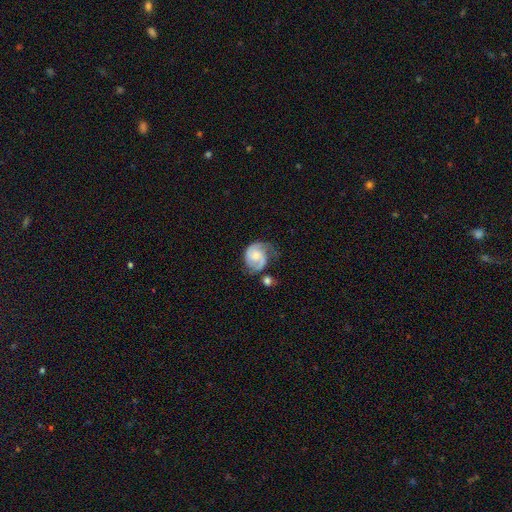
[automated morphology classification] smooth-or-featured: featured or disk: 77% | smooth: 17% | star or artifact: 6%
  disk-edge-on: no: 98% | yes: 2%
    bar: no: 62% | weak: 33% | strong: 5%
    has-spiral-arms: yes: 95% | no: 5%
      spiral-winding: medium: 45% | tight: 39% | loose: 16%
      spiral-arm-count: 2: 79% | 1: 8% | can't tell: 7% | 3: 3% | 4: 1% | more than 4: 1%
    bulge-size: moderate: 39% | small: 36% | none: 14% | large: 8% | dominant: 2%
  merging: none: 46% | minor disturbance: 28% | major disturbance: 17% | merger: 9%